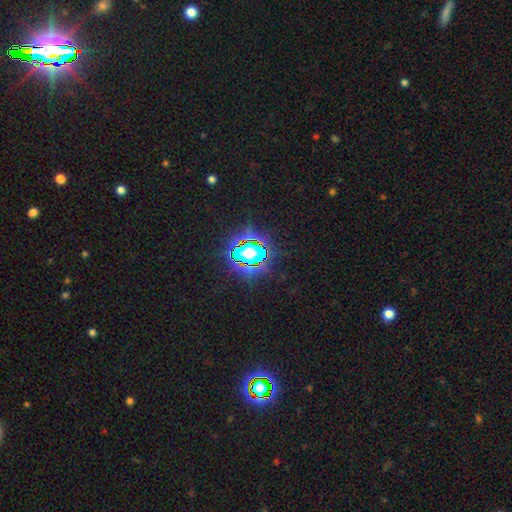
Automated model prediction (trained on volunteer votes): Smooth or featured? star or artifact (78%)